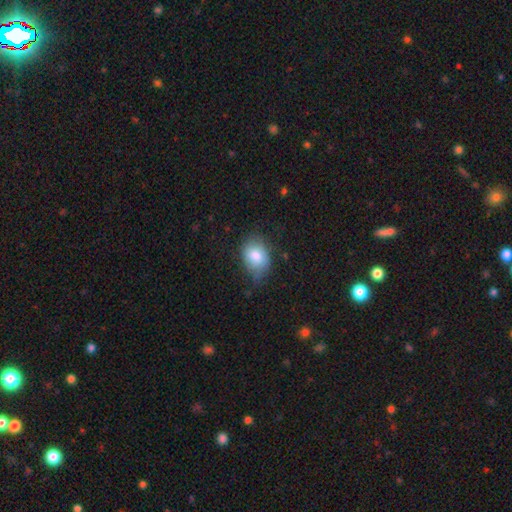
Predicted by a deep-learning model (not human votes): smooth 82%, featured or disk 11%, star or artifact 8%. Down the decision tree: how rounded — in between (65%); merging — none (61%).